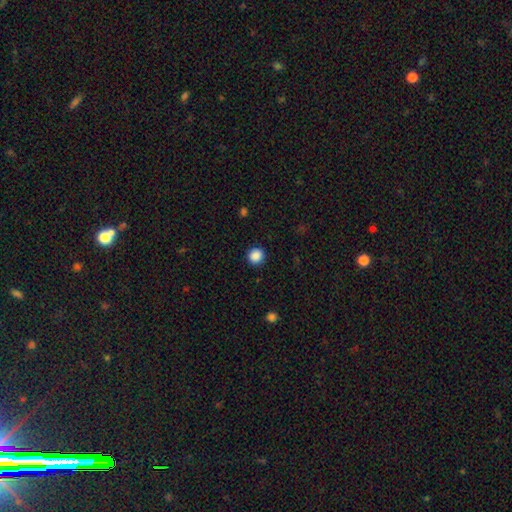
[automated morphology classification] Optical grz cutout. It shows a smooth galaxy with no disk features (88%) that is round (93%). Merging: none (92%).